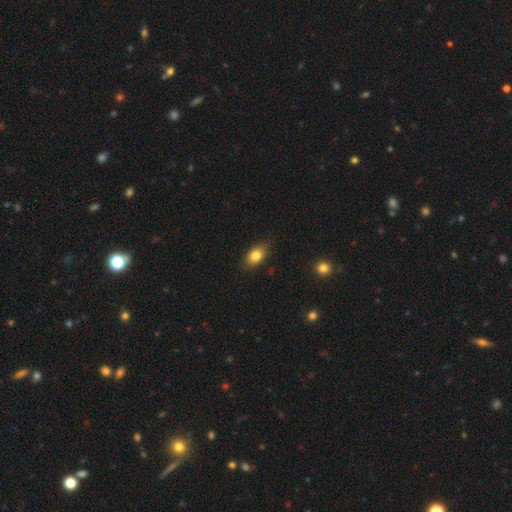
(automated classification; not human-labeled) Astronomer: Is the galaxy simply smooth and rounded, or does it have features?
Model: smooth — 81%.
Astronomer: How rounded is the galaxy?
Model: in between — 81%.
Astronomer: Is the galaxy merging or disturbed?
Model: none — 78%.